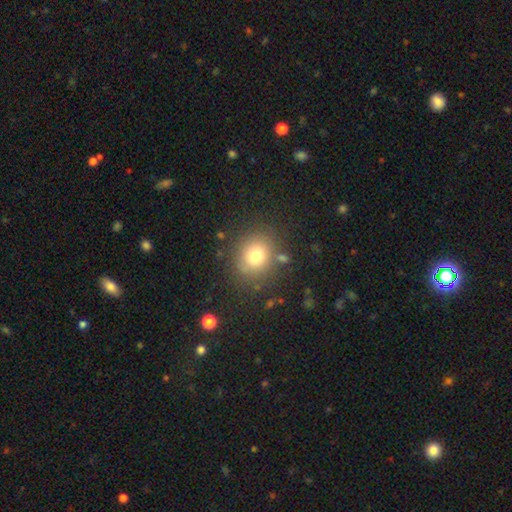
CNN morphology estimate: Smooth or featured?
  - smooth: 75% *
  - star or artifact: 14%
  - featured or disk: 11%
How rounded?
  - round: 72% *
  - in between: 27%
  - cigar-shaped: 1%
Merging?
  - none: 81% *
  - minor disturbance: 11%
  - major disturbance: 5%
  - merger: 4%